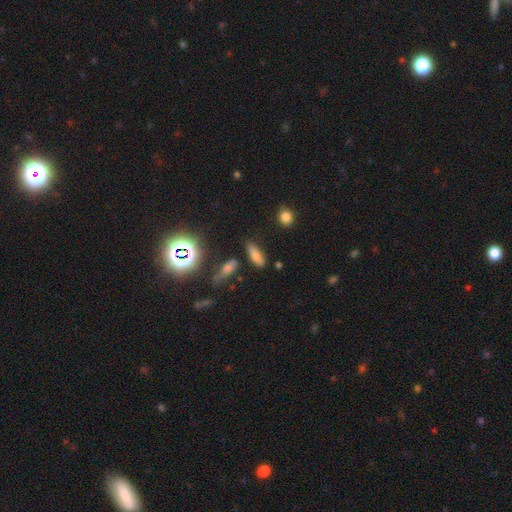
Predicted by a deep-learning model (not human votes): Smooth or featured? smooth (70%)
How rounded? in between (65%)
Merging? none (73%)